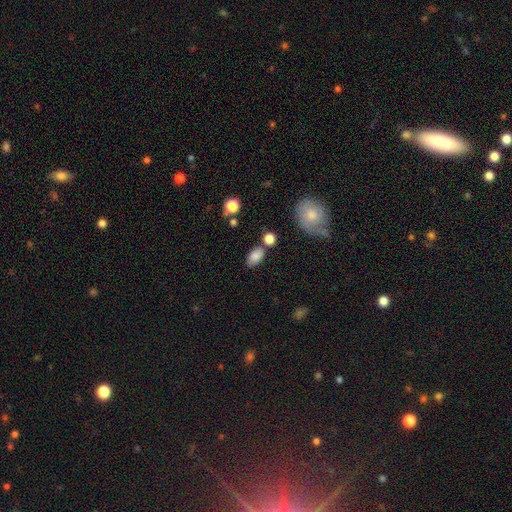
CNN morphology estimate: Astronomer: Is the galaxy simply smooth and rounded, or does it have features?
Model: smooth — 82%.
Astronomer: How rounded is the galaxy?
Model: in between — 89%.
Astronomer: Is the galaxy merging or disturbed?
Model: none — 68%.